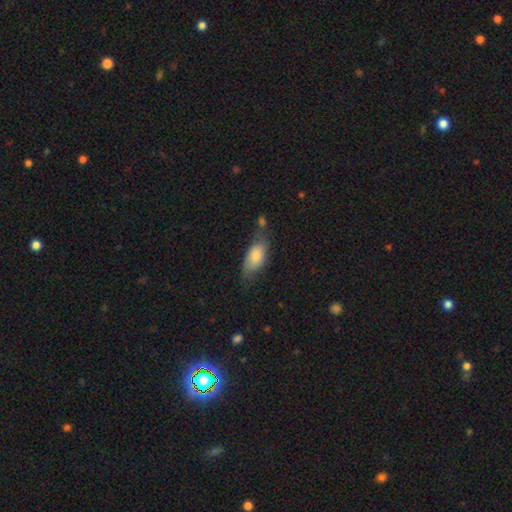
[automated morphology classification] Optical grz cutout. It shows a smooth galaxy with no disk features (77%) that is in between round and cigar-shaped (83%). Merging: none (58%).